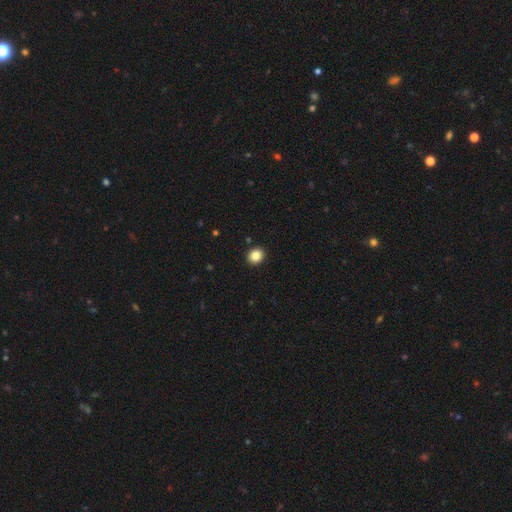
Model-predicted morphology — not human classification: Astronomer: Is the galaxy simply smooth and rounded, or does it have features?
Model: smooth — 85%.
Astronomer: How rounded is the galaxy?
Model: round — 73%.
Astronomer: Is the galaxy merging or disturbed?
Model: none — 92%.